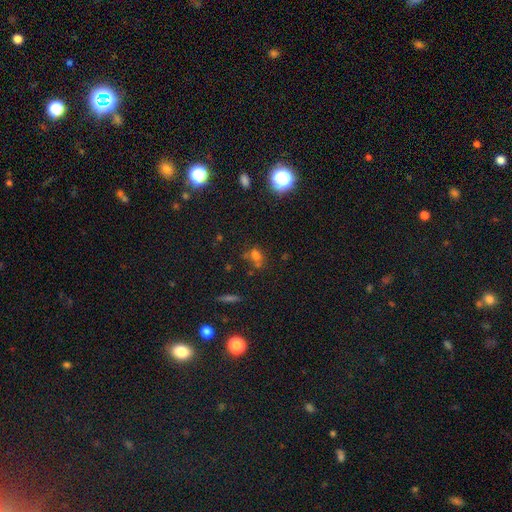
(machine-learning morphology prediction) smooth 55%, star or artifact 30%, featured or disk 14%. Down the decision tree: how rounded — in between (66%); merging — none (50%).